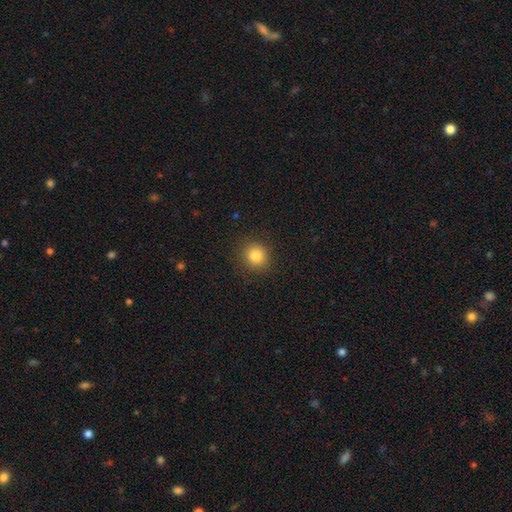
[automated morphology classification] Q: Smooth or featured?
A: smooth (83%); runner-up: star or artifact (12%)
Q: How rounded?
A: round (89%); runner-up: in between (10%)
Q: Merging?
A: none (90%); runner-up: minor disturbance (7%)